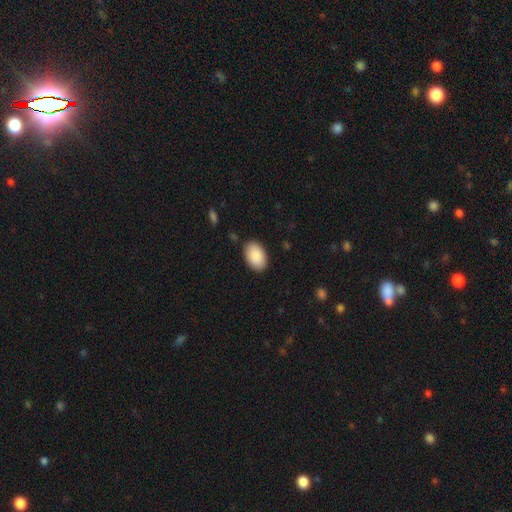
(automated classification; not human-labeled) Smooth or featured? Predicted: smooth (p=0.90). How rounded? Predicted: in between (p=0.92). Merging? Predicted: none (p=0.87).